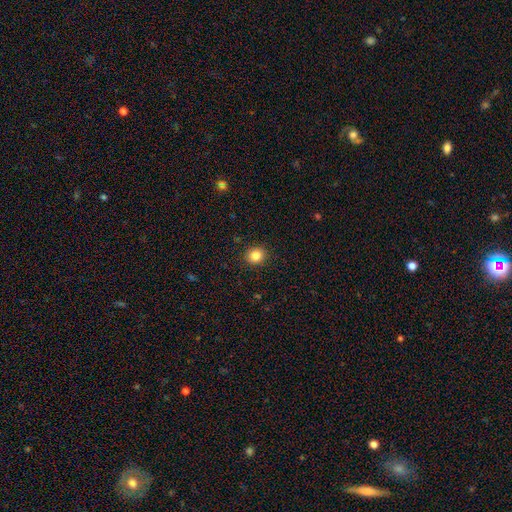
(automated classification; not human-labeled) This is clearly a smooth galaxy (84%). How rounded: clearly round (80%). Merging: clearly none (91%).